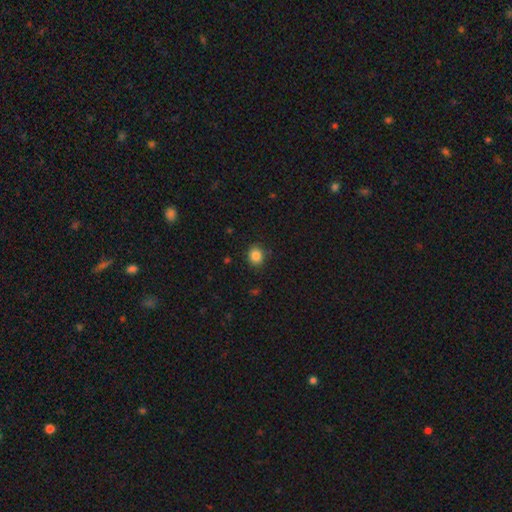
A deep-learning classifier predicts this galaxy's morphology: A smooth galaxy with no disk features (86%) that is round (74%). Merging: none (86%).